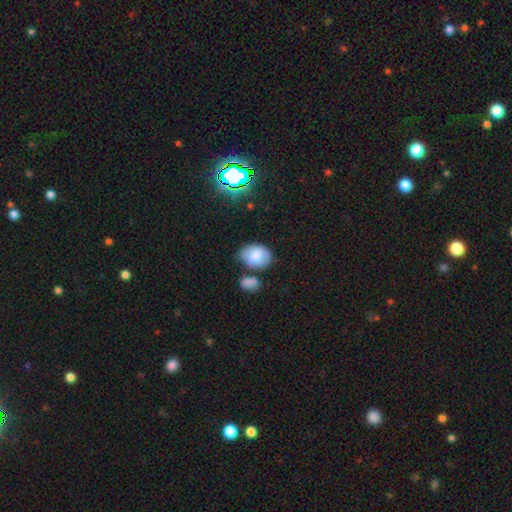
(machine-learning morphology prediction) This appears to be a smooth galaxy with no disk features (74%) that is in between round and cigar-shaped (74%). Merging: none (48%).